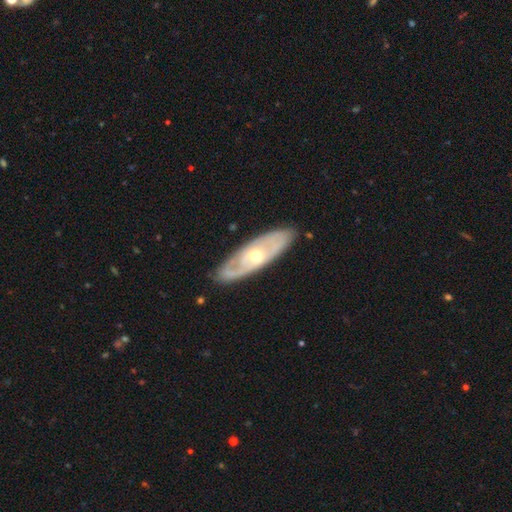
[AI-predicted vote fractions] This is likely a featured or disk galaxy (72%). It is likely not viewed edge-on (76%). Bar: likely no (74%). Spiral arm pattern: possibly yes (56%). Central bulge: likely moderate (65%). Merging: clearly none (84%).